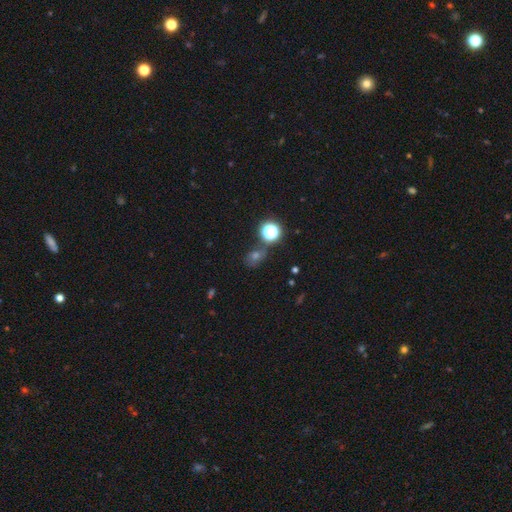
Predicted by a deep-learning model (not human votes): A star or artifact, not a galaxy (46%).

Vote fractions:
- Smooth or featured? star or artifact: 46% / smooth: 42% / featured or disk: 12%